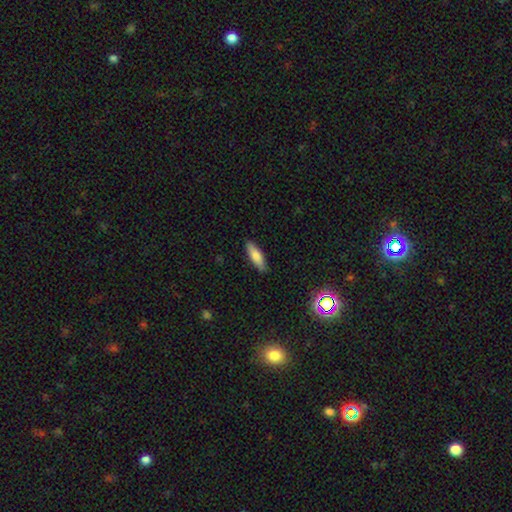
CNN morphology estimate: A smooth galaxy with no disk features (78%) that is cigar-shaped (51%).

Vote fractions:
- Smooth or featured? smooth: 78% / featured or disk: 16% / star or artifact: 6%
- How rounded? cigar-shaped: 51% / in between: 47% / round: 2%
- Merging? none: 88% / minor disturbance: 9% / major disturbance: 2% / merger: 1%